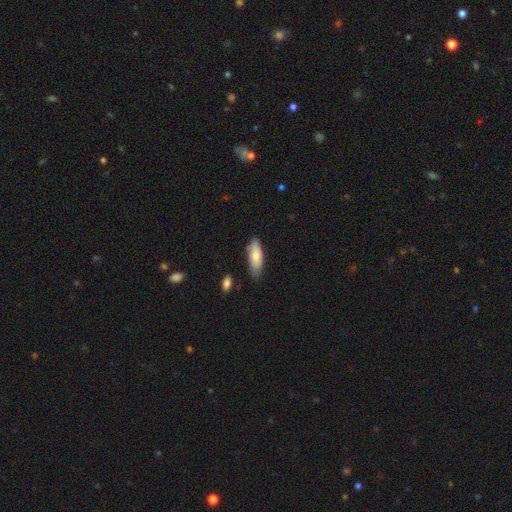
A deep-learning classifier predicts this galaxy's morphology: This appears to be a smooth galaxy with no disk features (77%) that is in between round and cigar-shaped (68%). Merging: none (72%).